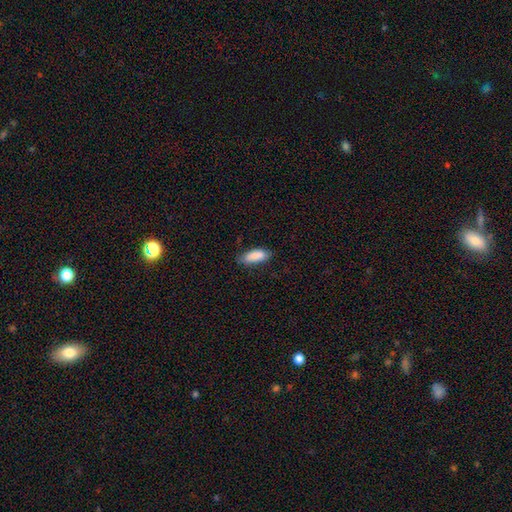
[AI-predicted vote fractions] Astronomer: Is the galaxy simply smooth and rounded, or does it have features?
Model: smooth — 88%.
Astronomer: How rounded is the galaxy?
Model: in between — 80%.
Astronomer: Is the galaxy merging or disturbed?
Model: none — 73%.